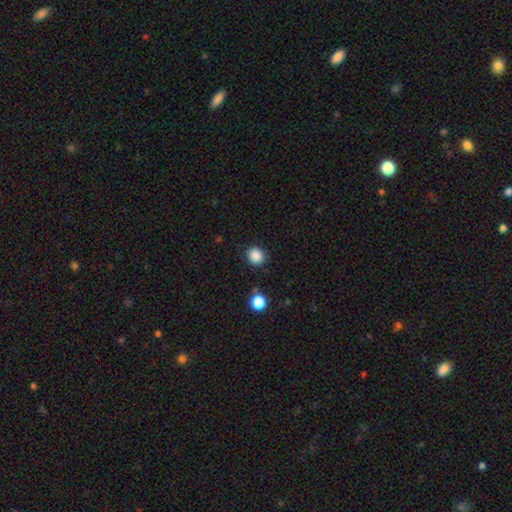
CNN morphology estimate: A smooth galaxy with no disk features (87%) that is round (79%).

Vote fractions:
- Smooth or featured? smooth: 87% / star or artifact: 10% / featured or disk: 3%
- How rounded? round: 79% / in between: 20% / cigar-shaped: 1%
- Merging? none: 87% / minor disturbance: 8% / major disturbance: 3% / merger: 2%